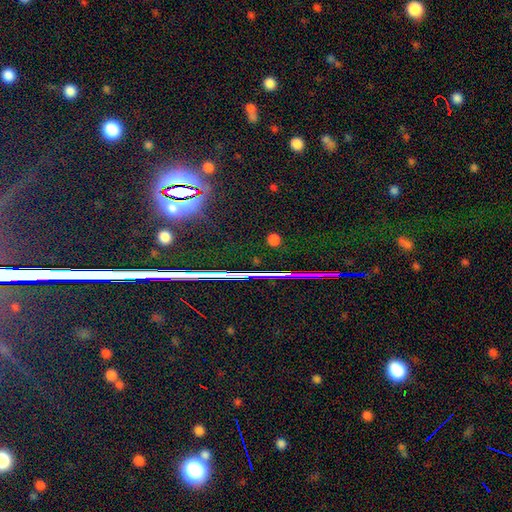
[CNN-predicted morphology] The model was most divided on "smooth or featured": star or artifact: 84%, featured or disk: 9%, smooth: 8%.